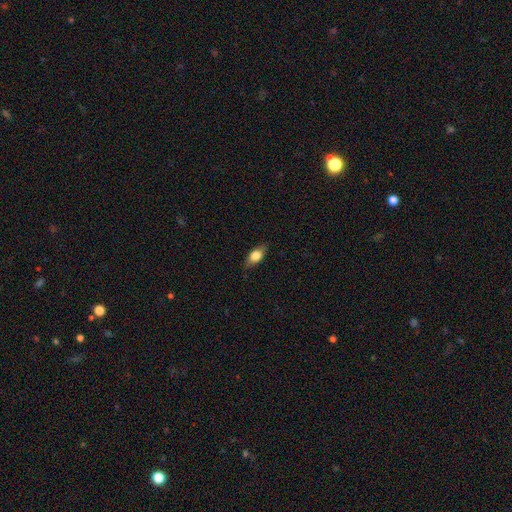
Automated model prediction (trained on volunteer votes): A smooth galaxy with no disk features (72%) that is in between round and cigar-shaped (82%). Merging: none (82%).